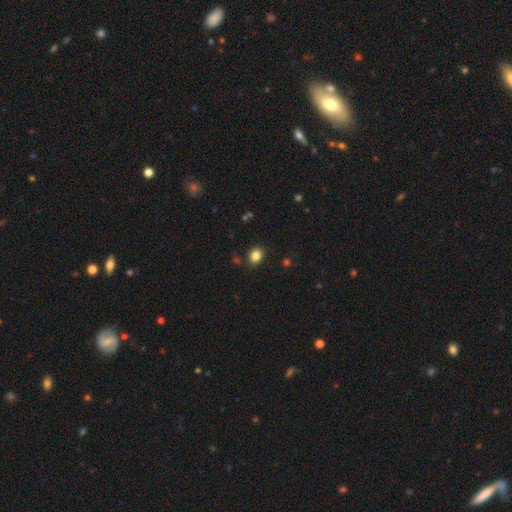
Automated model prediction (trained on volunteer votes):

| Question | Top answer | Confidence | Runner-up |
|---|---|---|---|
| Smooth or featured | smooth | 84% | star or artifact (11%) |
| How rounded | round | 51% | in between (49%) |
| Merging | none | 85% | minor disturbance (10%) |